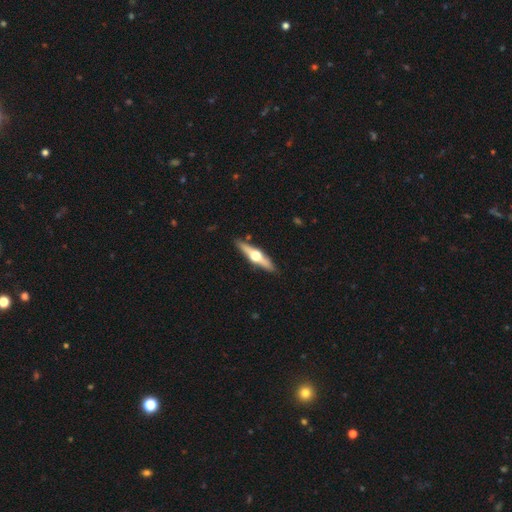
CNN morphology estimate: Smooth or featured: featured or disk — 71% (smooth — 24%)
Edge-on disk: yes — 97% (no — 3%)
Edge-on bulge: rounded — 96% (boxy — 2%)
Merging: none — 90% (minor disturbance — 7%)